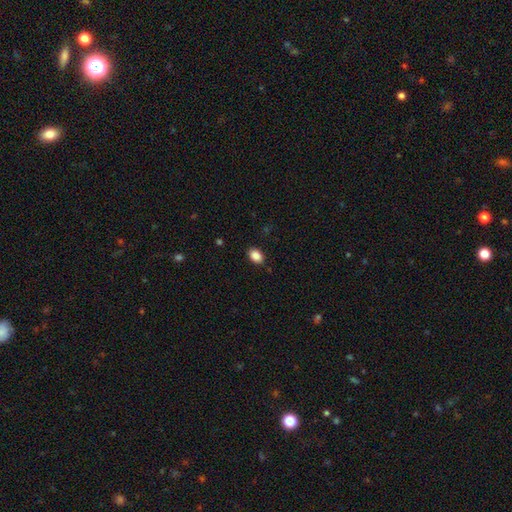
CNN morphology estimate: This appears to be a smooth galaxy with no disk features (87%) that is in between round and cigar-shaped (80%). Merging: none (88%).